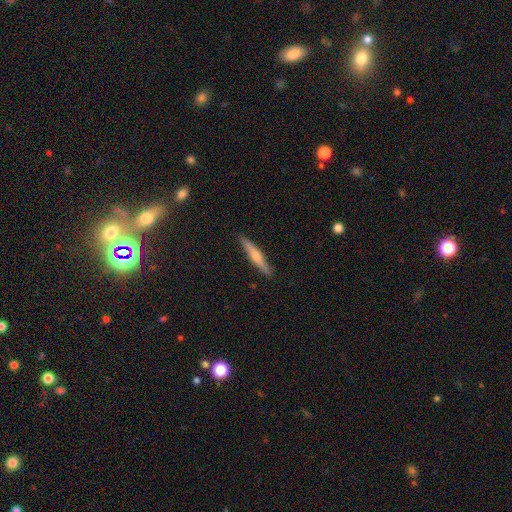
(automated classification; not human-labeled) smooth-or-featured: featured or disk: 50% | smooth: 44% | star or artifact: 6%
  disk-edge-on: yes: 97% | no: 3%
  merging: none: 90% | minor disturbance: 7% | major disturbance: 2% | merger: 1%